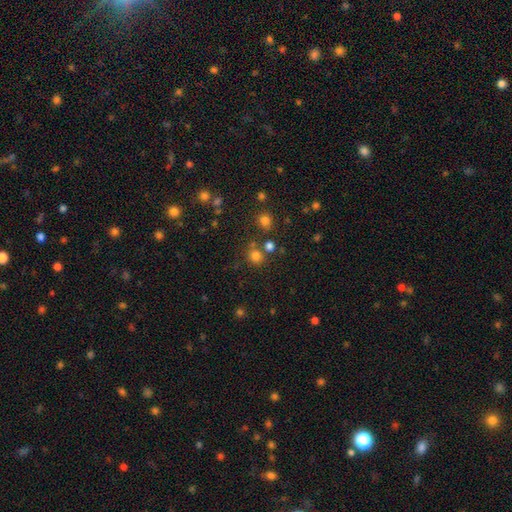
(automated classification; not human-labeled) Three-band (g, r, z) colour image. It shows a smooth galaxy with no disk features (76%) that is round (87%). Merging: none (74%).